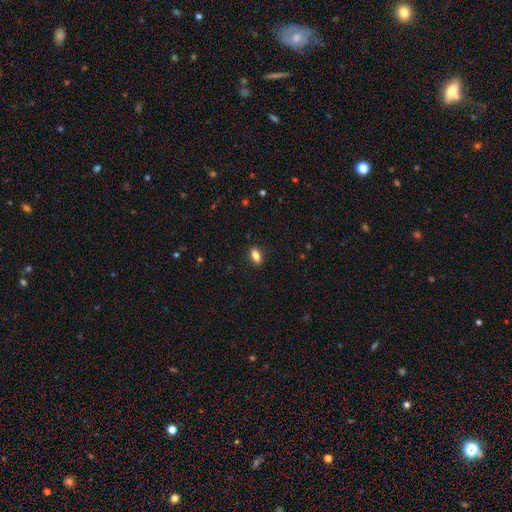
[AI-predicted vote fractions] A smooth galaxy with no disk features (83%) that is in between round and cigar-shaped (85%).

Vote fractions:
- Smooth or featured? smooth: 83% / star or artifact: 9% / featured or disk: 8%
- How rounded? in between: 85% / round: 8% / cigar-shaped: 6%
- Merging? none: 88% / minor disturbance: 9% / major disturbance: 2% / merger: 1%